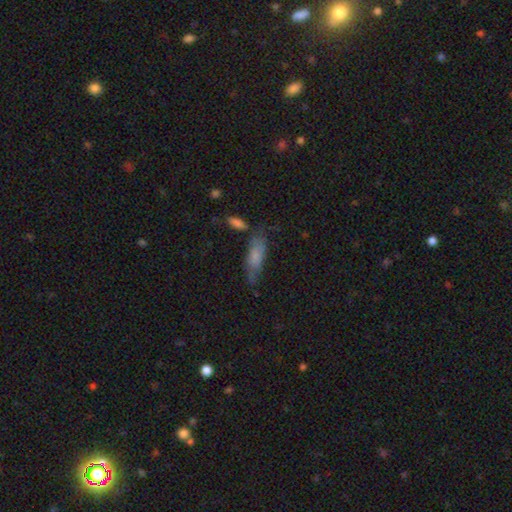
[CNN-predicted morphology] Smooth or featured? Predicted: smooth (p=0.72). How rounded? Predicted: in between (p=0.60). Merging? Predicted: none (p=0.55).